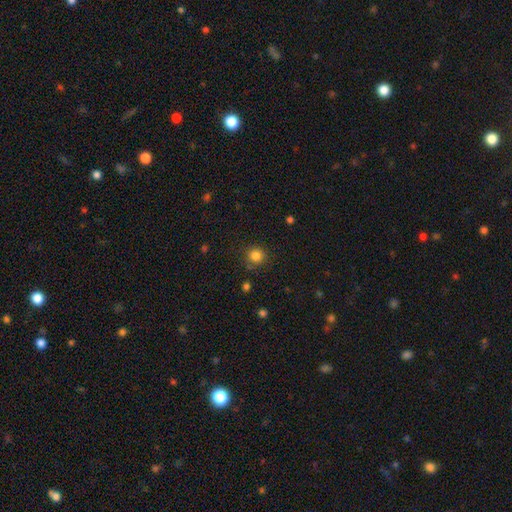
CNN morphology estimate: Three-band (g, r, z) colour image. It shows a smooth galaxy with no disk features (83%) that is round (91%). Merging: none (84%).